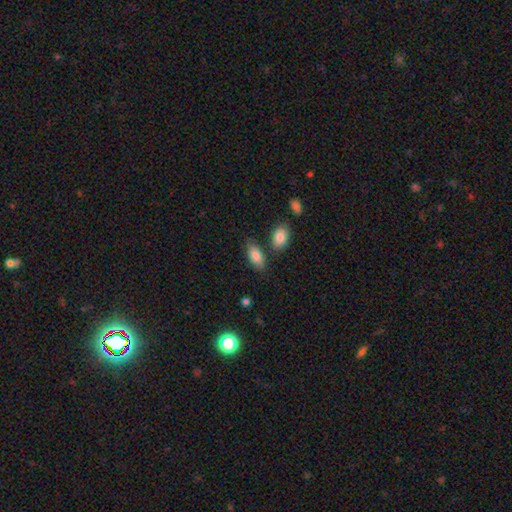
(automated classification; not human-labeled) Smooth or featured? smooth (85%)
How rounded? in between (92%)
Merging? none (74%)